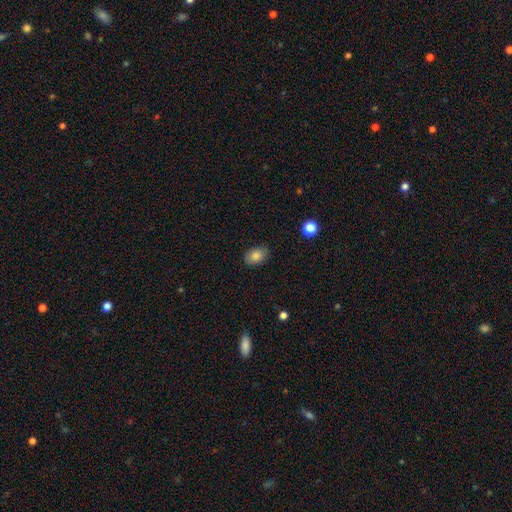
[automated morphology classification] type=smooth (83%); roundness=in between (81%); merging=none (83%).